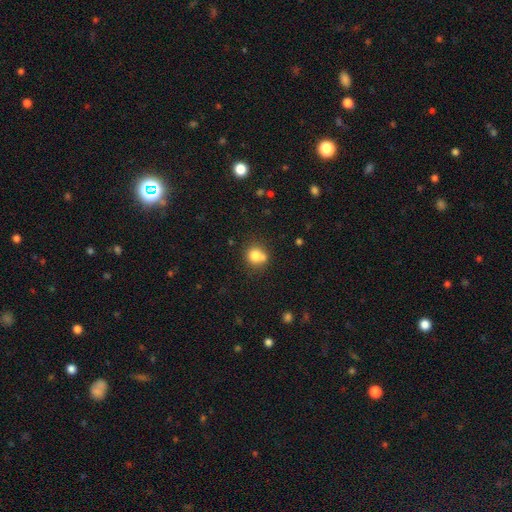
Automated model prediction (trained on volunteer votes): This appears to be a smooth galaxy with no disk features (77%) that is round (81%). Merging: none (53%).